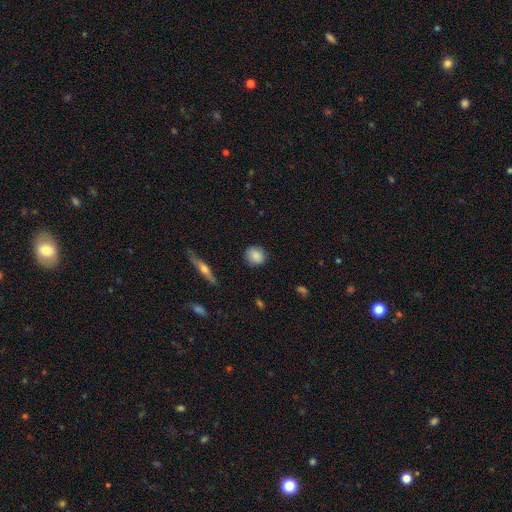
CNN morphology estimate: A smooth galaxy with no disk features (86%) that is round (85%). Merging: none (87%).